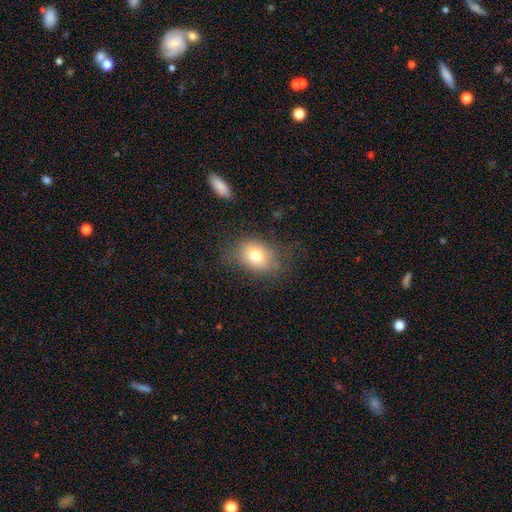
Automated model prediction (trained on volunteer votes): smooth-or-featured: smooth: 75% | featured or disk: 14% | star or artifact: 10%
  how-rounded: in between: 70% | round: 29% | cigar-shaped: 1%
  merging: none: 69% | minor disturbance: 20% | major disturbance: 10% | merger: 2%